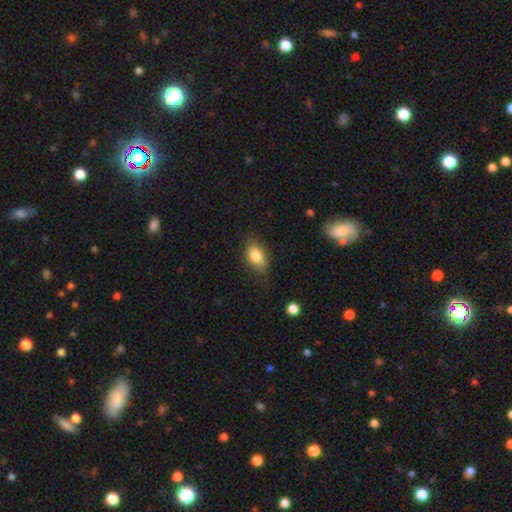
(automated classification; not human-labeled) A smooth galaxy with no disk features (81%) that is in between round and cigar-shaped (87%).

Vote fractions:
- Smooth or featured? smooth: 81% / featured or disk: 11% / star or artifact: 8%
- How rounded? in between: 87% / round: 10% / cigar-shaped: 3%
- Merging? none: 73% / minor disturbance: 21% / major disturbance: 5% / merger: 1%